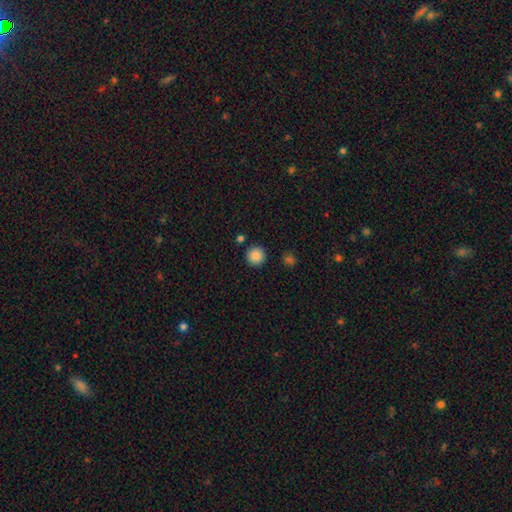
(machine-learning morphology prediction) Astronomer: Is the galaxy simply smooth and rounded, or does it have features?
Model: smooth — 87%.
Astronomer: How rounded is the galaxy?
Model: round — 95%.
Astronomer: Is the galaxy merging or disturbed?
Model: none — 89%.